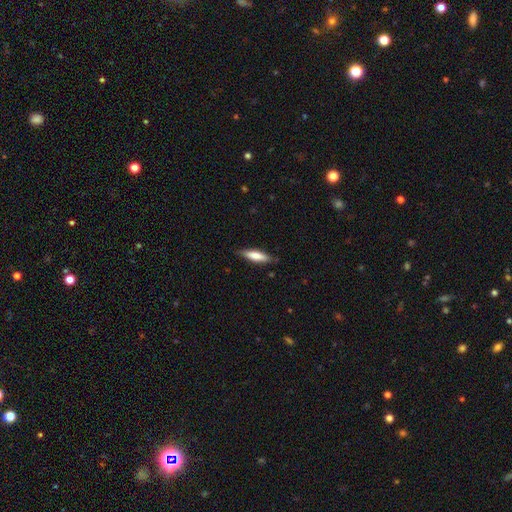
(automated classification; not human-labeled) Overall: smooth (69%). How rounded: cigar-shaped (68%; in between 30%). Merging: none (84%).